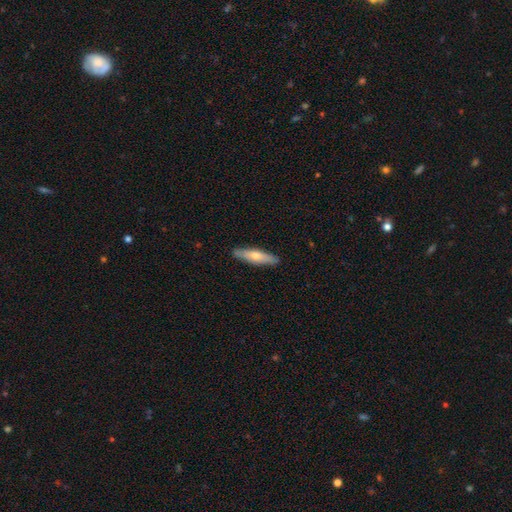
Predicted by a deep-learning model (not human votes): A smooth galaxy with no disk features (51%) that is cigar-shaped (80%). Merging: none (90%).